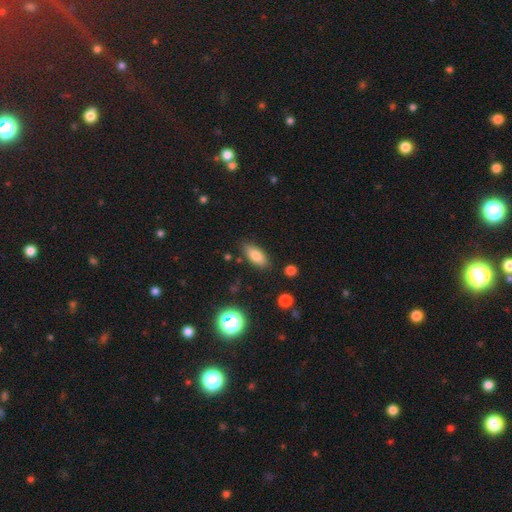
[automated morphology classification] Smooth or featured?
  - smooth: 80% *
  - featured or disk: 10%
  - star or artifact: 9%
How rounded?
  - in between: 82% *
  - cigar-shaped: 14%
  - round: 3%
Merging?
  - none: 84% *
  - minor disturbance: 11%
  - major disturbance: 3%
  - merger: 2%